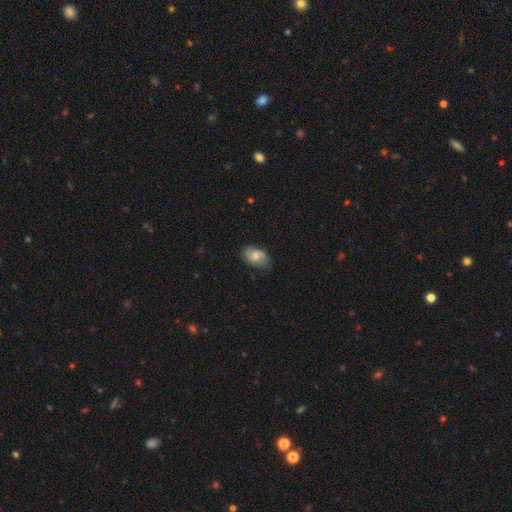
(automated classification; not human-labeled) Smooth or featured: smooth — 59% (featured or disk — 33%)
How rounded: in between — 86% (round — 12%)
Merging: none — 64% (minor disturbance — 28%)